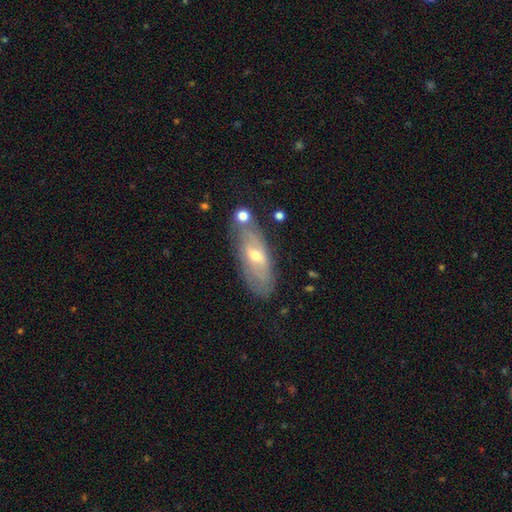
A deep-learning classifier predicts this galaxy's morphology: Q: Smooth or featured?
A: featured or disk (56%); runner-up: smooth (35%)
Q: Edge-on disk?
A: no (75%); runner-up: yes (25%)
Q: Merging?
A: none (70%); runner-up: minor disturbance (18%)